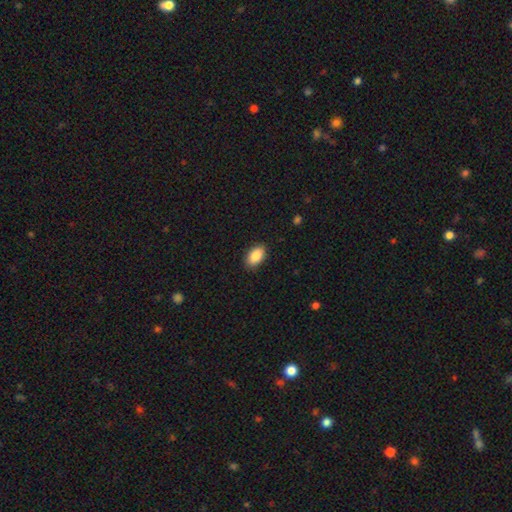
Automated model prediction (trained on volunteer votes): A smooth galaxy with no disk features (88%) that is in between round and cigar-shaped (93%). Merging: none (88%).